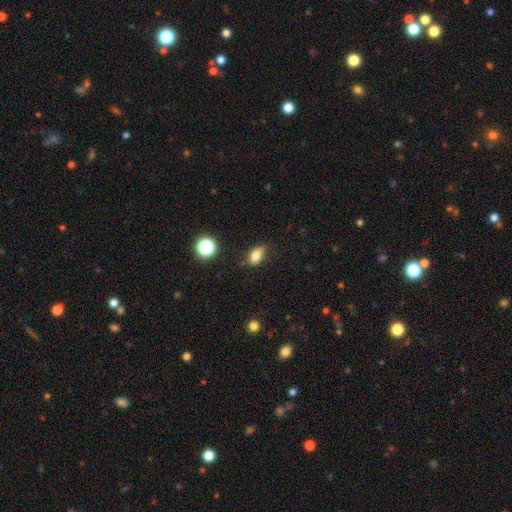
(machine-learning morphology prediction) type=smooth (81%); roundness=in between (81%); merging=none (60%).